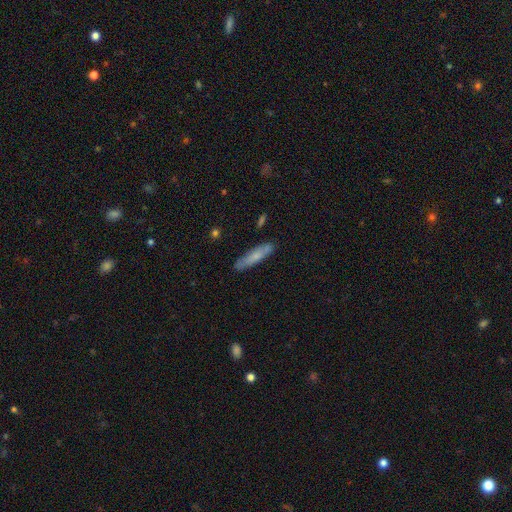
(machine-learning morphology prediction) smooth 65%, featured or disk 29%, star or artifact 6%. Down the decision tree: how rounded — cigar-shaped (83%); merging — none (82%).